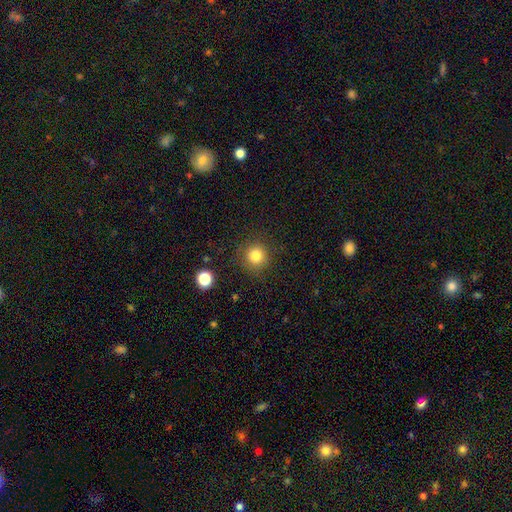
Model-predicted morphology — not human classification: The model was most divided on "smooth or featured": smooth: 82%, star or artifact: 12%, featured or disk: 6%. More confident: how rounded — round (93%); merging — none (87%).